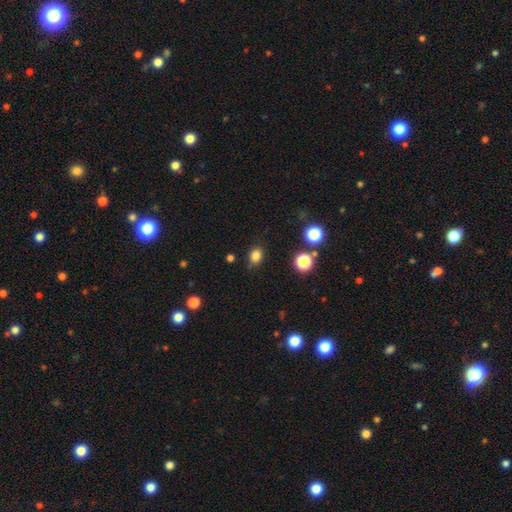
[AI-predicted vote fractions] Smooth or featured? Predicted: smooth (p=0.82). How rounded? Predicted: round (p=0.54). Merging? Predicted: none (p=0.79).